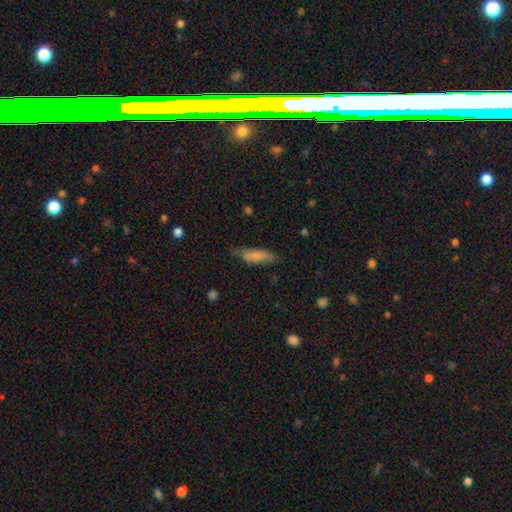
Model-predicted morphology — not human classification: smooth_or_featured: smooth (p=0.75) [alt: featured or disk p=0.19]
how_rounded: cigar-shaped (p=0.49) [tied with: in between p=0.49]
merging: none (p=0.62) [alt: minor disturbance p=0.28]